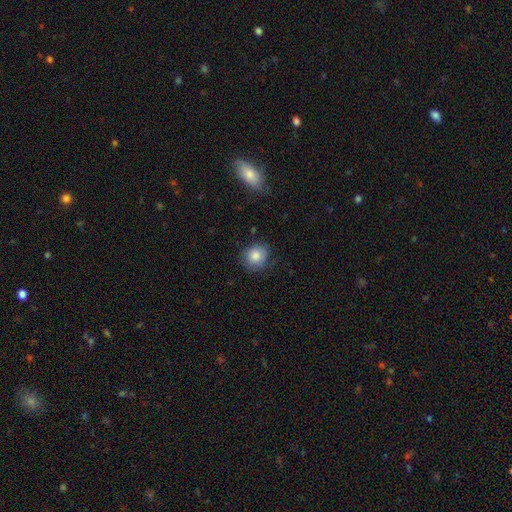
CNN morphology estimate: This is clearly a smooth galaxy (83%). How rounded: clearly round (80%). Merging: likely none (73%).